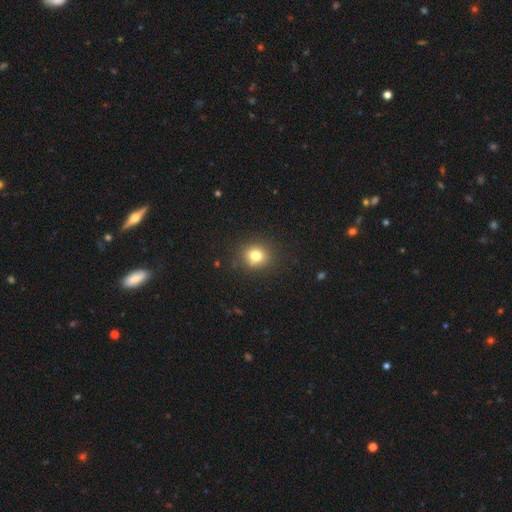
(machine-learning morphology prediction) A smooth galaxy with no disk features (78%) that is round (80%).

Vote fractions:
- Smooth or featured? smooth: 78% / star or artifact: 14% / featured or disk: 8%
- How rounded? round: 80% / in between: 19% / cigar-shaped: 1%
- Merging? none: 87% / minor disturbance: 8% / major disturbance: 3% / merger: 2%